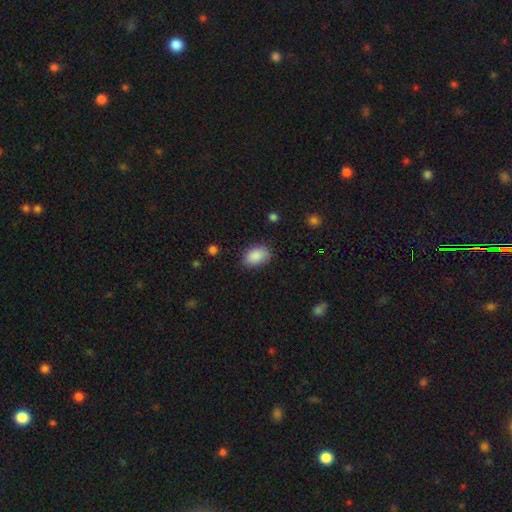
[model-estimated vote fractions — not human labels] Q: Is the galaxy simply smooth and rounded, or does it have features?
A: smooth — 89%.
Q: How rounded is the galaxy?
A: in between — 87%.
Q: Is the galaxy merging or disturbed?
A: none — 80%.